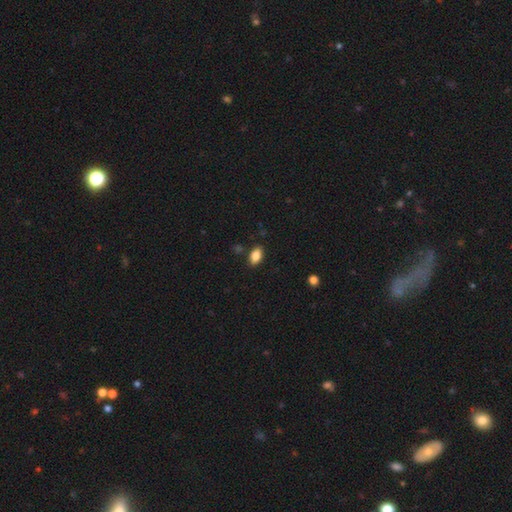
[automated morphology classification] smooth_or_featured: smooth (p=0.85) [alt: star or artifact p=0.08]
how_rounded: in between (p=0.91) [alt: round p=0.05]
merging: none (p=0.86) [alt: minor disturbance p=0.10]